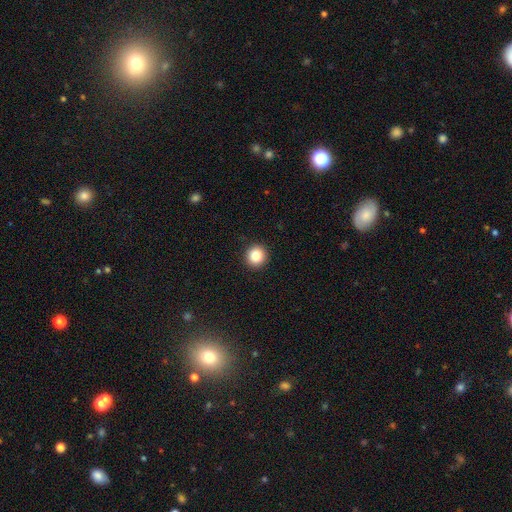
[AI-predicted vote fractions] smooth 86%, star or artifact 10%, featured or disk 5%. Down the decision tree: how rounded — round (94%); merging — none (93%).